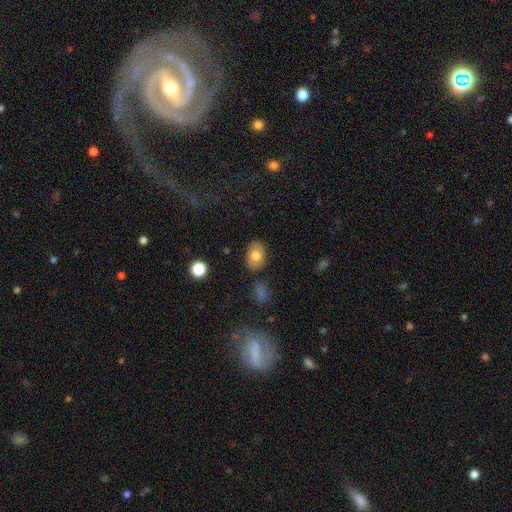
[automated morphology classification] A smooth galaxy with no disk features (78%) that is in between round and cigar-shaped (77%). Merging: none (80%).